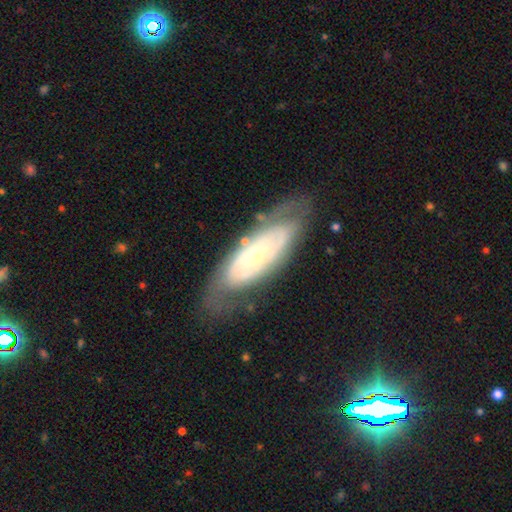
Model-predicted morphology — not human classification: A featured or disk galaxy (72%) with no bar (78%), spiral arms (63%) and a small central bulge (70%).

Vote fractions:
- Smooth or featured? featured or disk: 72% / smooth: 22% / star or artifact: 6%
- Edge-on disk? no: 86% / yes: 14%
- Bar? no: 78% / weak: 16% / strong: 6%
- Spiral arms? yes: 63% / no: 37%
- Bulge size? small: 70% / moderate: 26% / large: 2% / none: 2% / dominant: 1%
- Merging? none: 67% / minor disturbance: 21% / major disturbance: 10% / merger: 2%